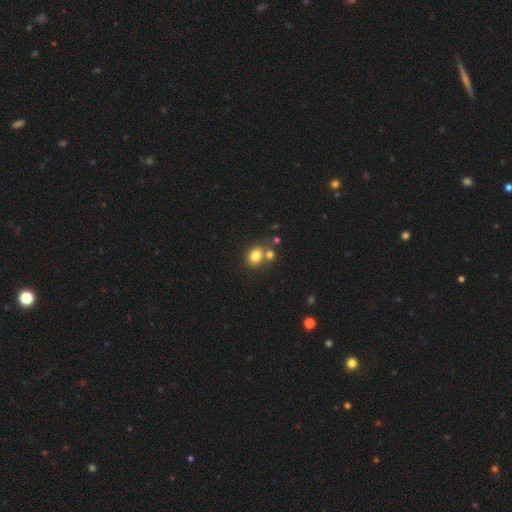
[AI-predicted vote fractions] This is clearly a smooth galaxy (81%). How rounded: possibly round (51%). Merging: possibly none (55%).